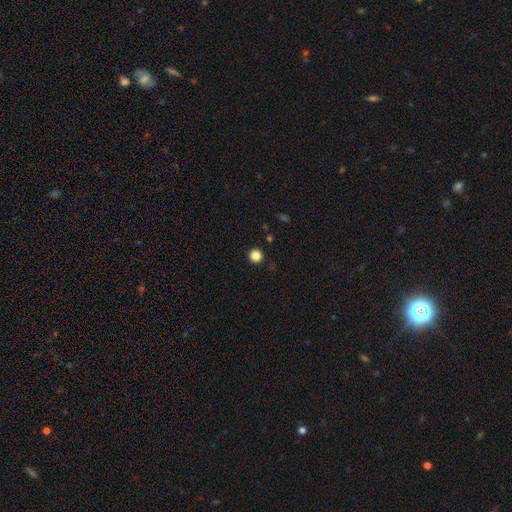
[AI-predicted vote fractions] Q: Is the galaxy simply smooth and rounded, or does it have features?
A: smooth — 84%.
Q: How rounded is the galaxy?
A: round — 96%.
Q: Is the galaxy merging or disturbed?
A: none — 93%.